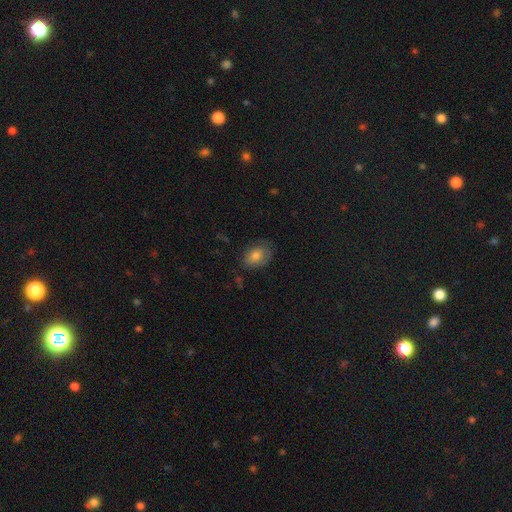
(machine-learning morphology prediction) Q: Smooth or featured?
A: smooth (77%); runner-up: featured or disk (15%)
Q: How rounded?
A: in between (72%); runner-up: round (27%)
Q: Merging?
A: none (69%); runner-up: minor disturbance (23%)